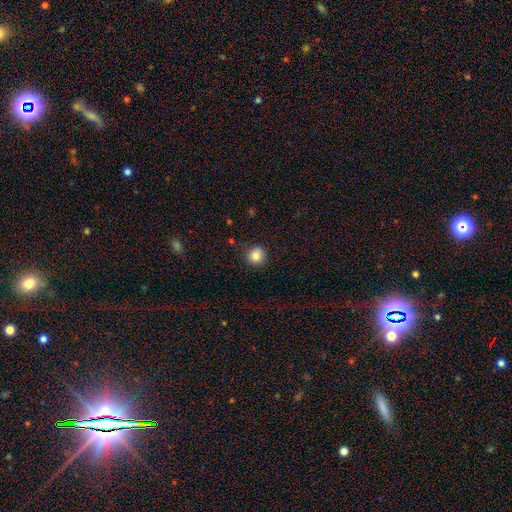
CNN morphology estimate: Smooth or featured? smooth (86%)
How rounded? round (90%)
Merging? none (86%)